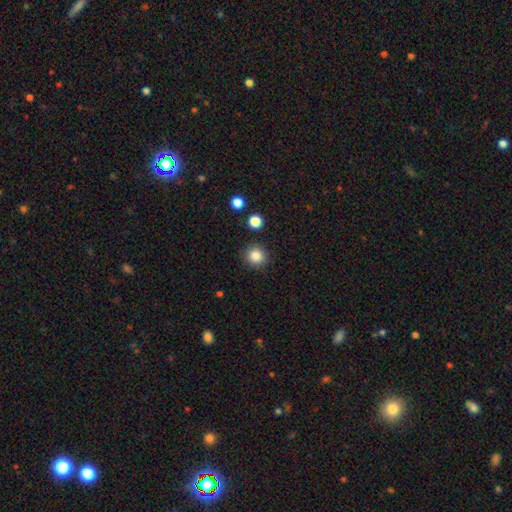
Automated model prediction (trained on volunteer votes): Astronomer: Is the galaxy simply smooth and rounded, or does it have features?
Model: smooth — 85%.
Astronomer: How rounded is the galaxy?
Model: round — 93%.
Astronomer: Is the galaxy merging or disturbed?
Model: none — 89%.